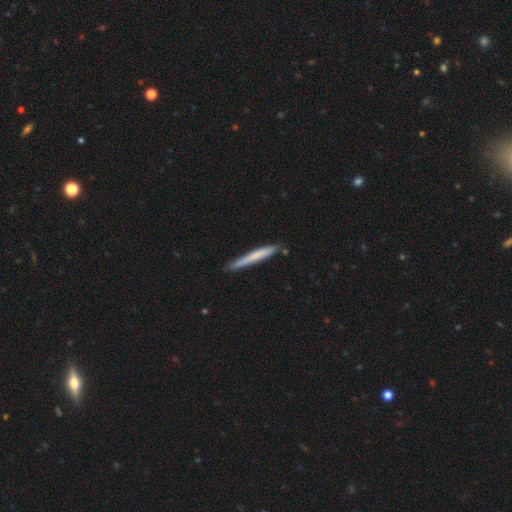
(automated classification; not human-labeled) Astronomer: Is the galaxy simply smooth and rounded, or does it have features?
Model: smooth — 64%.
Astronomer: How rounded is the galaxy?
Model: cigar-shaped — 97%.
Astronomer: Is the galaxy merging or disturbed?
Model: none — 83%.